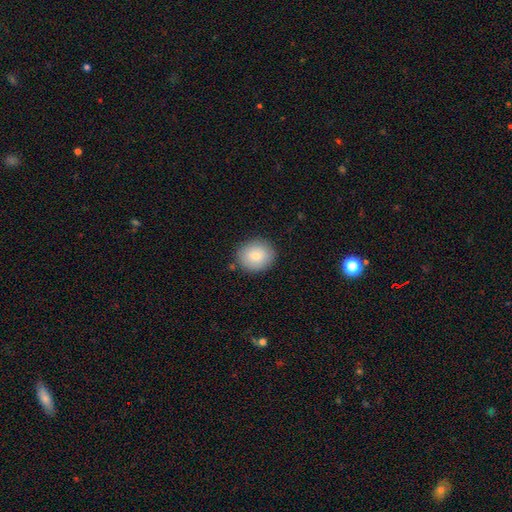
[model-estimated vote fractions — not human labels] A smooth galaxy with no disk features (82%) that is round (82%). Merging: none (87%).